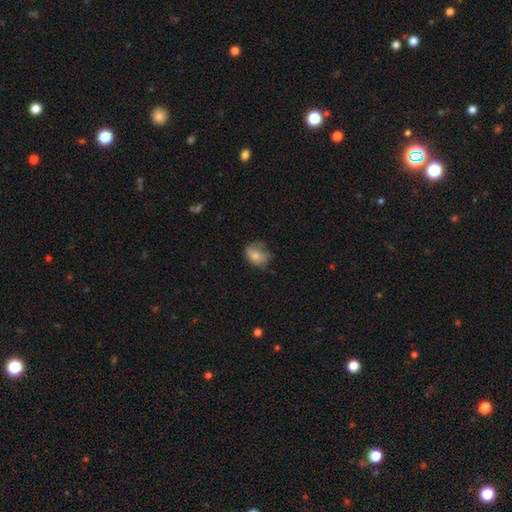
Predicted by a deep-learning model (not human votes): Smooth or featured?
  - smooth: 69% *
  - featured or disk: 23%
  - star or artifact: 9%
How rounded?
  - in between: 63% *
  - round: 36%
  - cigar-shaped: 1%
Merging?
  - none: 37% *
  - minor disturbance: 33%
  - major disturbance: 28%
  - merger: 2%